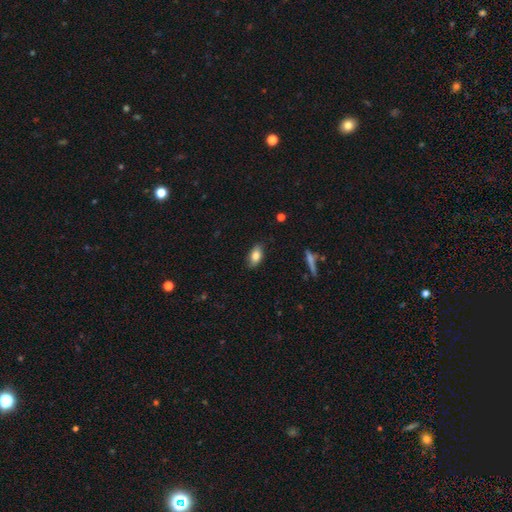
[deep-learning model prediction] A smooth galaxy with no disk features (81%) that is in between round and cigar-shaped (90%). Merging: none (84%).